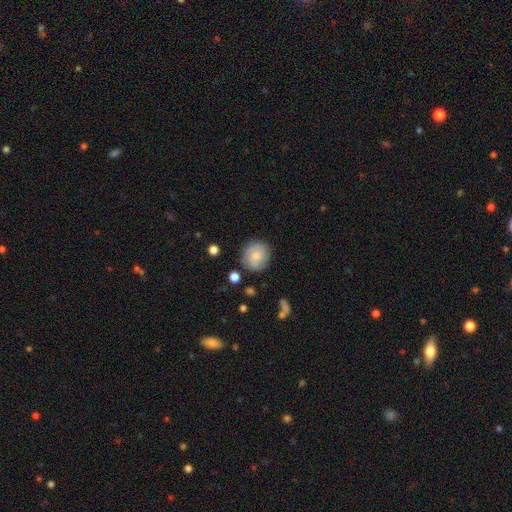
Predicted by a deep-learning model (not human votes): A smooth galaxy with no disk features (80%) that is round (87%). Merging: none (82%).